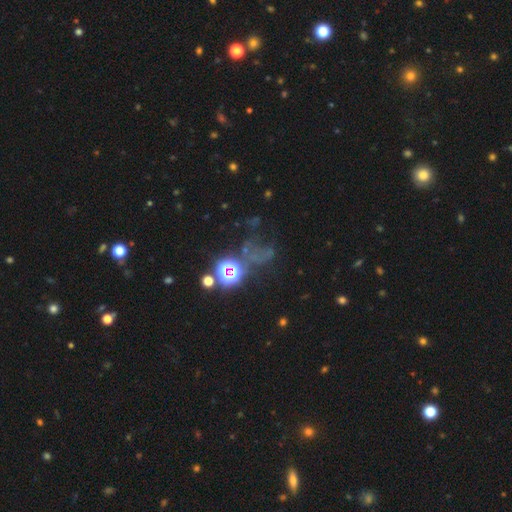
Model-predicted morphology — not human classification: star or artifact 67%, smooth 19%, featured or disk 14%.